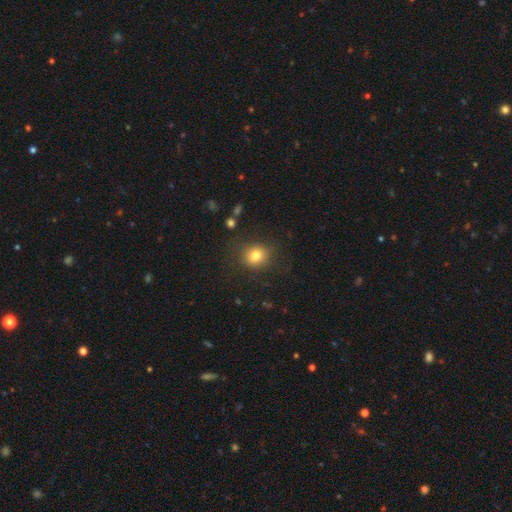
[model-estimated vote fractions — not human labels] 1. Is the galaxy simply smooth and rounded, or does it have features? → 80% smooth, 12% star or artifact, 8% featured or disk.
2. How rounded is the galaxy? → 77% round, 23% in between, 1% cigar-shaped.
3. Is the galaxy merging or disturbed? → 83% none, 11% minor disturbance, 5% major disturbance, 2% merger.